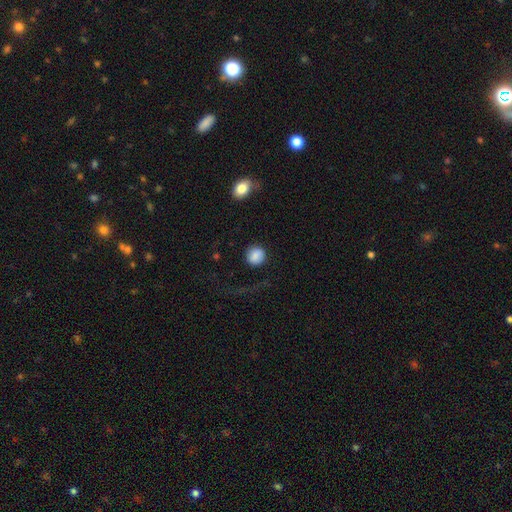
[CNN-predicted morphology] This is clearly a smooth galaxy (84%). How rounded: clearly round (89%). Merging: likely none (78%).